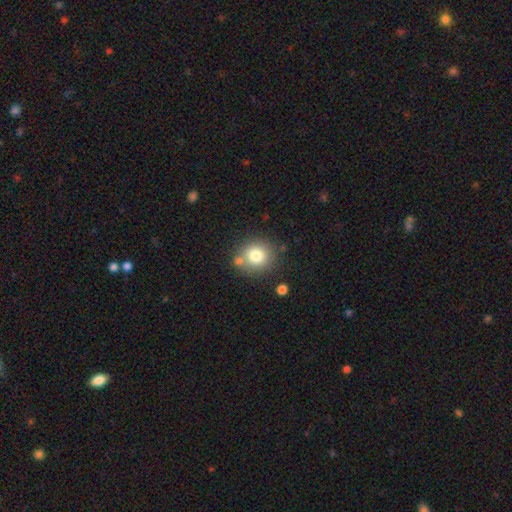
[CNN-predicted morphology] This appears to be a smooth galaxy with no disk features (77%) that is round (88%). Merging: none (72%).